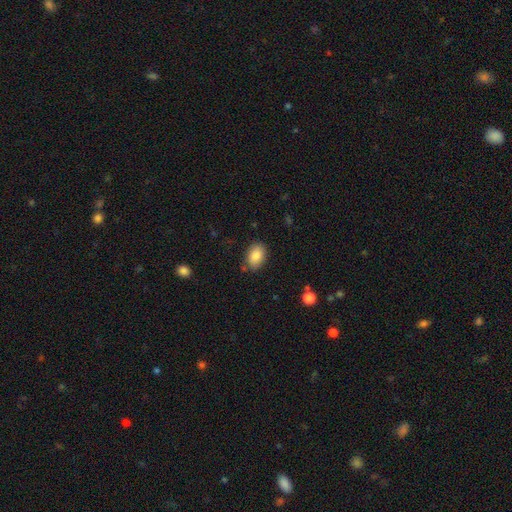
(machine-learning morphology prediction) A smooth galaxy with no disk features (85%) that is in between round and cigar-shaped (84%).

Vote fractions:
- Smooth or featured? smooth: 85% / star or artifact: 8% / featured or disk: 8%
- How rounded? in between: 84% / round: 15% / cigar-shaped: 1%
- Merging? none: 81% / minor disturbance: 14% / major disturbance: 3% / merger: 2%